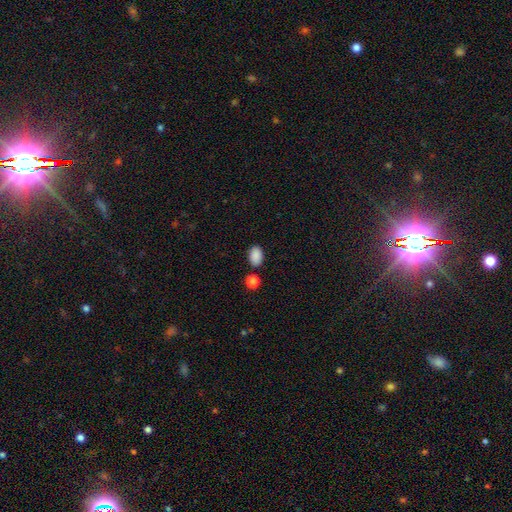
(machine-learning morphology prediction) smooth-or-featured: smooth: 88% | star or artifact: 8% | featured or disk: 3%
  how-rounded: in between: 87% | round: 12% | cigar-shaped: 1%
  merging: none: 81% | minor disturbance: 10% | merger: 6% | major disturbance: 3%